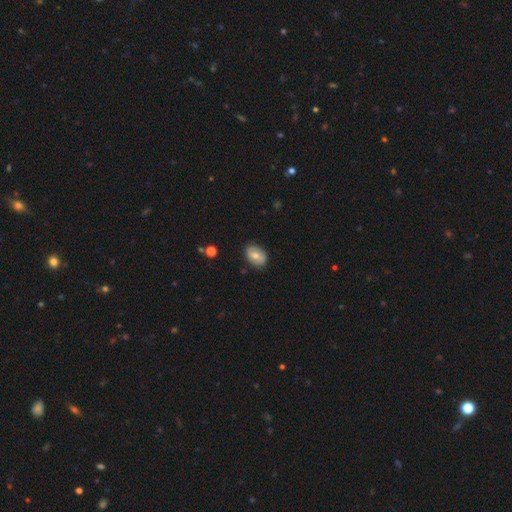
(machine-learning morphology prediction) This appears to be a smooth galaxy with no disk features (59%) that is in between round and cigar-shaped (79%). Merging: none (82%).